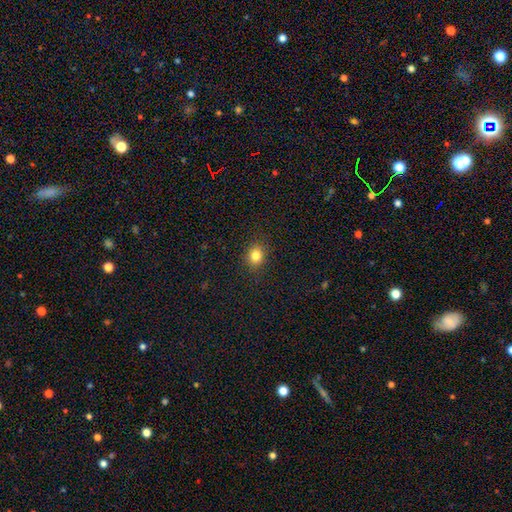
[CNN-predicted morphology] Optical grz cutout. It shows a smooth galaxy with no disk features (82%) that is round (63%). Merging: none (89%).